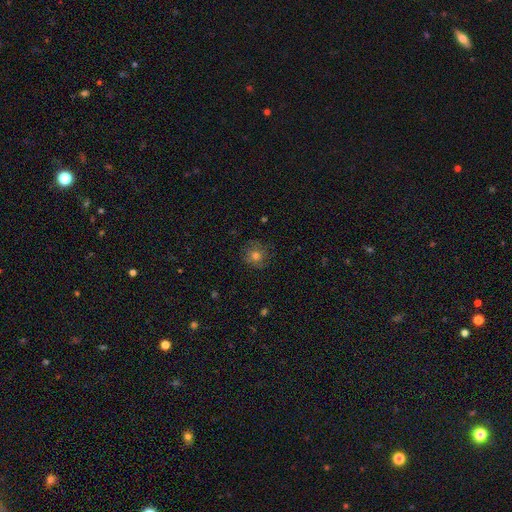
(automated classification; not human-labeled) Smooth or featured? Predicted: smooth (p=0.69). How rounded? Predicted: round (p=0.89). Merging? Predicted: none (p=0.80).